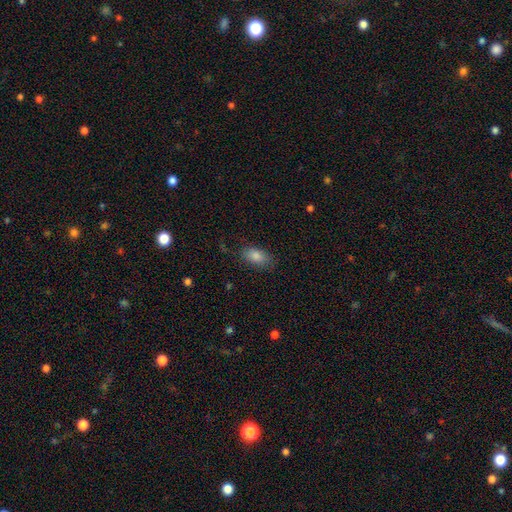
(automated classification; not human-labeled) A smooth galaxy with no disk features (83%) that is in between round and cigar-shaped (88%).

Vote fractions:
- Smooth or featured? smooth: 83% / star or artifact: 9% / featured or disk: 8%
- How rounded? in between: 88% / round: 6% / cigar-shaped: 5%
- Merging? none: 80% / minor disturbance: 15% / major disturbance: 4% / merger: 1%